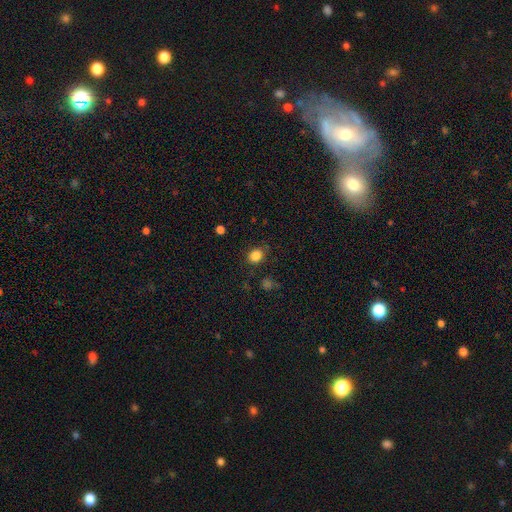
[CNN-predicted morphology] Smooth or featured? Predicted: smooth (p=0.85). How rounded? Predicted: round (p=0.62). Merging? Predicted: none (p=0.83).